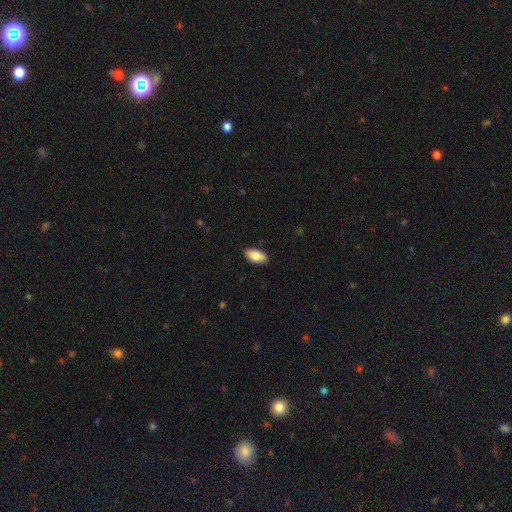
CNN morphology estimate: A smooth galaxy with no disk features (84%) that is in between round and cigar-shaped (94%). Merging: none (89%).